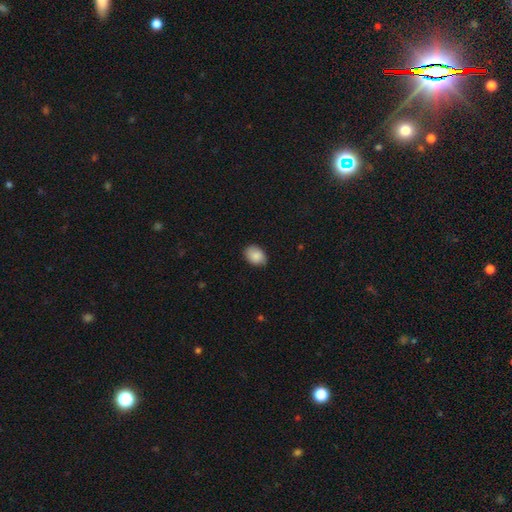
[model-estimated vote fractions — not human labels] This is clearly a smooth galaxy (88%). How rounded: likely in between (76%). Merging: clearly none (82%).